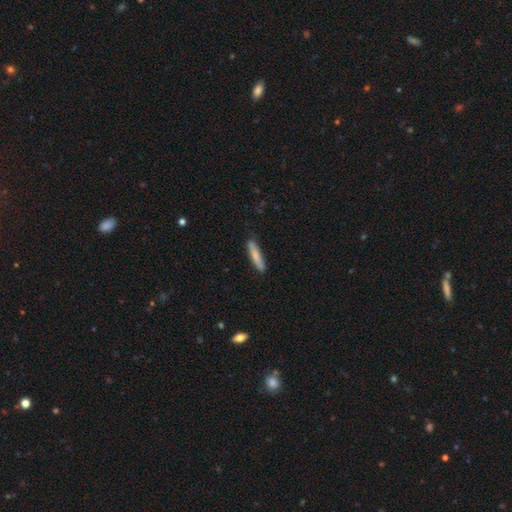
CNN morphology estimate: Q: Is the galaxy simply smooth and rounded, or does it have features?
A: smooth — 79%.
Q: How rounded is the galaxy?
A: cigar-shaped — 88%.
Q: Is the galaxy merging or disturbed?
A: none — 84%.